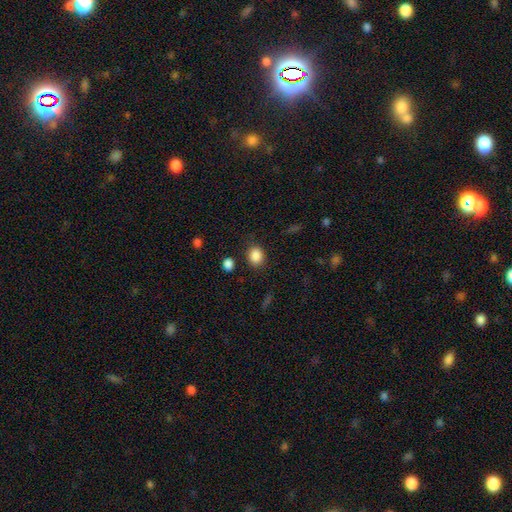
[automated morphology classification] Smooth or featured?
  - smooth: 87% *
  - star or artifact: 9%
  - featured or disk: 4%
How rounded?
  - round: 54% *
  - in between: 45%
  - cigar-shaped: 1%
Merging?
  - none: 84% *
  - minor disturbance: 10%
  - major disturbance: 3%
  - merger: 3%